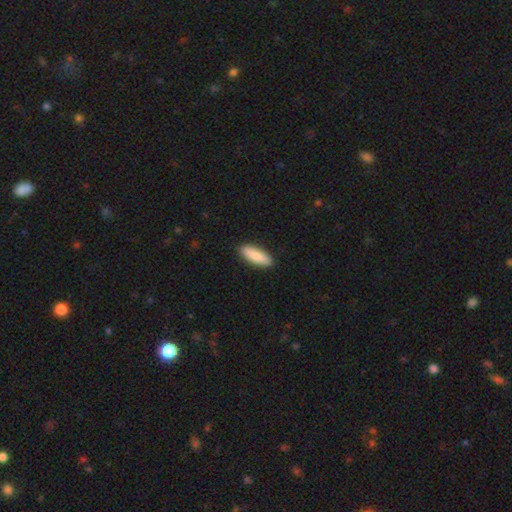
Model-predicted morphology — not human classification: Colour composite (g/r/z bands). It shows a smooth galaxy with no disk features (88%) that is in between round and cigar-shaped (54%). Merging: none (90%).